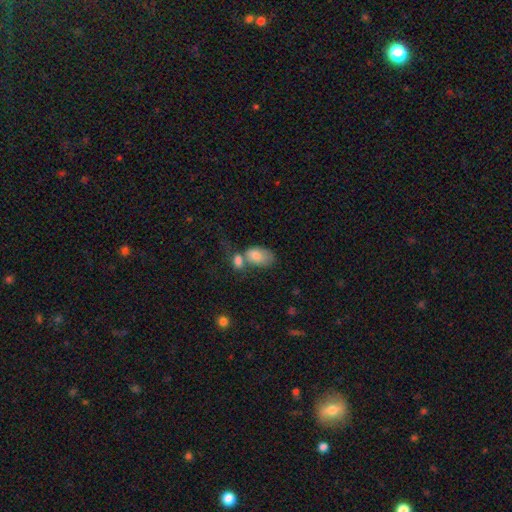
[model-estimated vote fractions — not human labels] Q: Smooth or featured?
A: smooth (79%); runner-up: featured or disk (13%)
Q: How rounded?
A: in between (91%); runner-up: round (7%)
Q: Merging?
A: merger (50%); runner-up: none (23%)